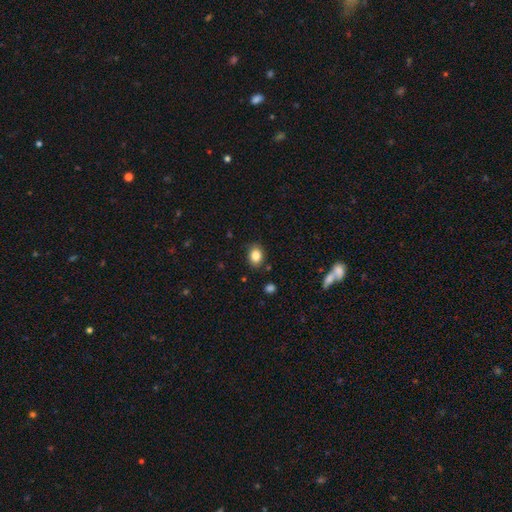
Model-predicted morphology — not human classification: This is clearly a smooth galaxy (84%). How rounded: likely in between (64%). Merging: clearly none (85%).